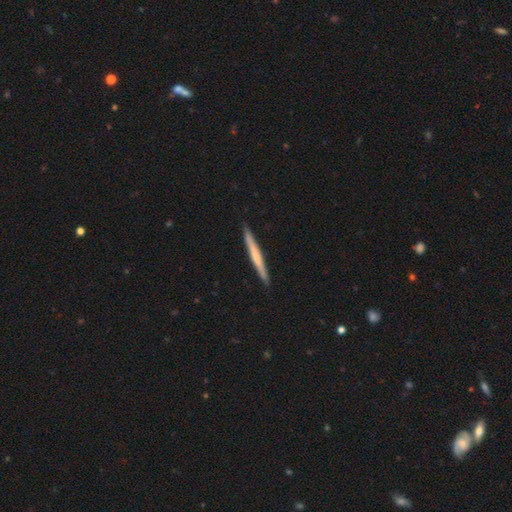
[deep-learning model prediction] This appears to be a smooth galaxy with no disk features (48%). Merging: none (92%).